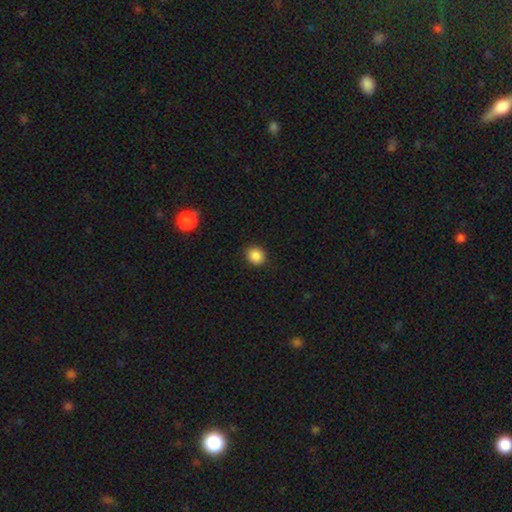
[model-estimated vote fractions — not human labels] Smooth or featured?
  - smooth: 87% *
  - star or artifact: 10%
  - featured or disk: 3%
How rounded?
  - round: 81% *
  - in between: 18%
  - cigar-shaped: 1%
Merging?
  - none: 90% *
  - minor disturbance: 7%
  - major disturbance: 2%
  - merger: 1%